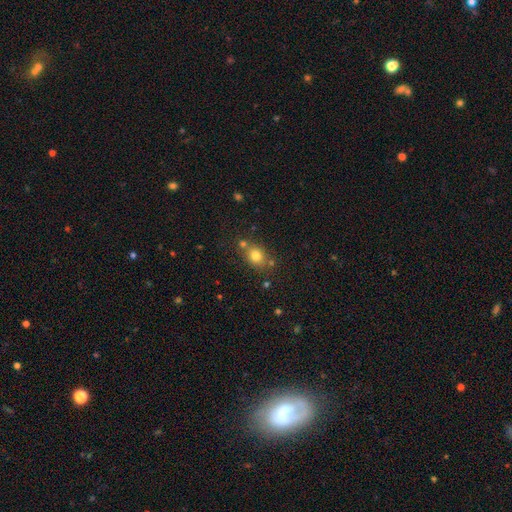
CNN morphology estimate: smooth_or_featured: smooth (p=0.78) [alt: star or artifact p=0.13]
how_rounded: round (p=0.57) [alt: in between p=0.42]
merging: none (p=0.68) [alt: merger p=0.15]